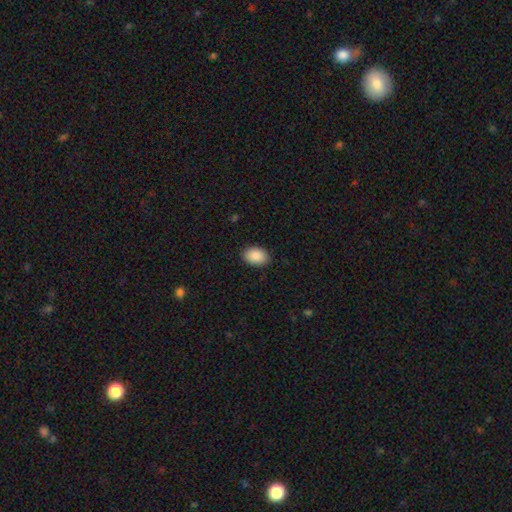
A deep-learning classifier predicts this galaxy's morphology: Smooth or featured: smooth — 90% (star or artifact — 7%)
How rounded: in between — 85% (round — 14%)
Merging: none — 88% (minor disturbance — 9%)